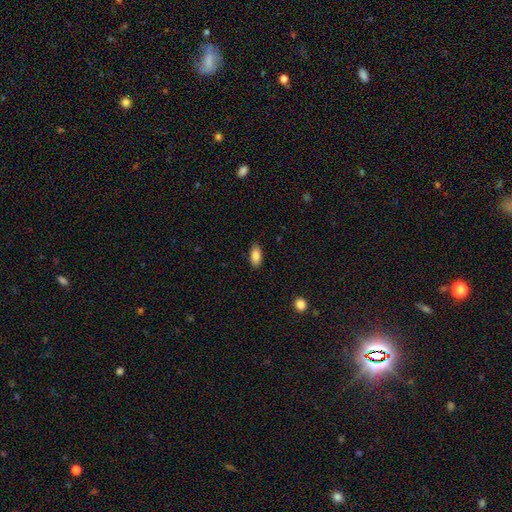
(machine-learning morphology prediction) The model was most divided on "merging": none: 87%, minor disturbance: 10%, major disturbance: 2%, merger: 1%. More confident: how rounded — in between (89%); smooth or featured — smooth (85%).